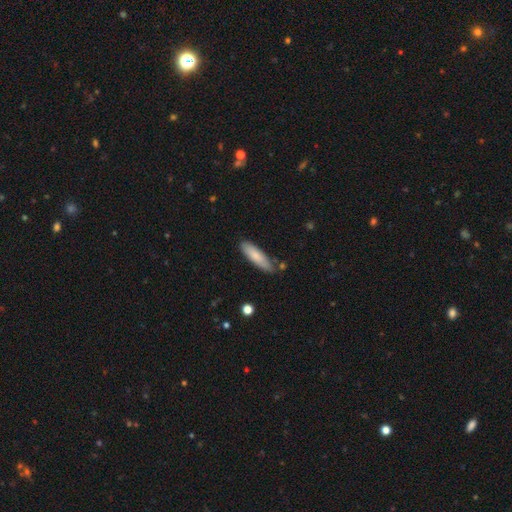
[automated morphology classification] Overall: smooth (80%). How rounded: cigar-shaped (67%; in between 32%). Merging: none (78%).